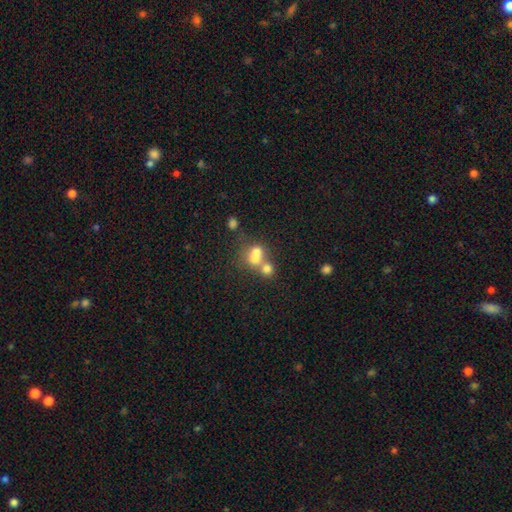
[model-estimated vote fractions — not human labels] Smooth or featured? Predicted: smooth (p=0.64). How rounded? Predicted: round (p=0.78). Merging? Predicted: merger (p=0.62).